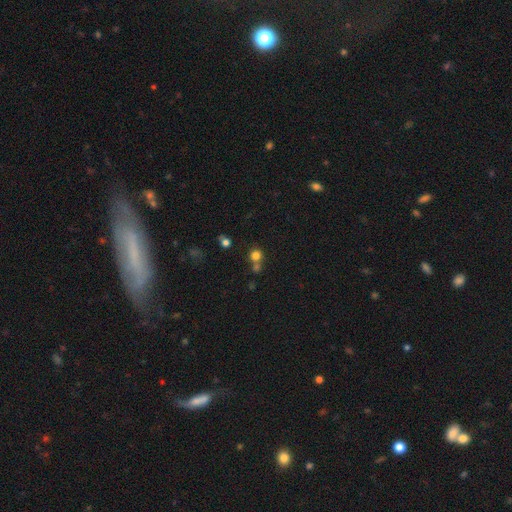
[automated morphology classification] A smooth galaxy with no disk features (75%) that is round (90%).

Vote fractions:
- Smooth or featured? smooth: 75% / star or artifact: 16% / featured or disk: 8%
- How rounded? round: 90% / in between: 9% / cigar-shaped: 1%
- Merging? none: 56% / merger: 32% / minor disturbance: 8% / major disturbance: 4%